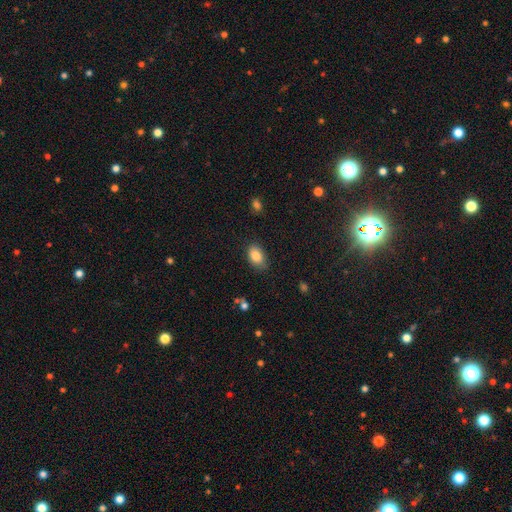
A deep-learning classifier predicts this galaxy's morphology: Overall: smooth (85%). How rounded: in between (88%). Merging: none (76%).